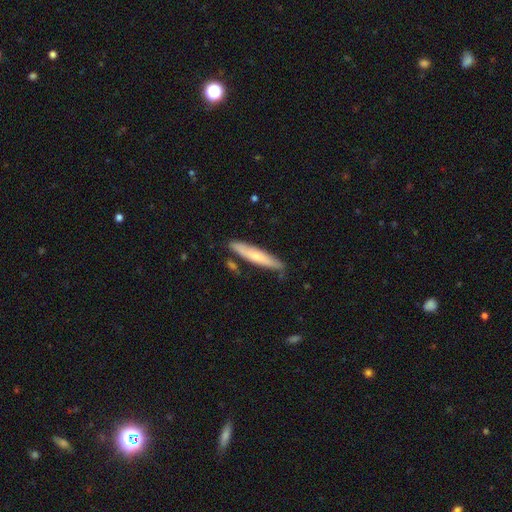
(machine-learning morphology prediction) This appears to be a smooth galaxy with no disk features (58%) that is cigar-shaped (89%). Merging: none (77%).